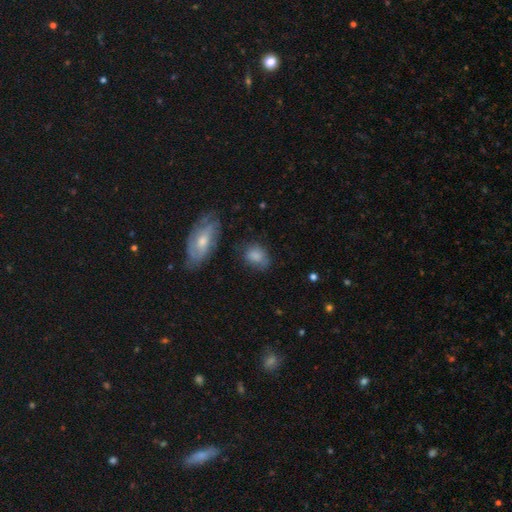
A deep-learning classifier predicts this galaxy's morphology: smooth-or-featured: smooth: 78% | featured or disk: 13% | star or artifact: 9%
  how-rounded: in between: 62% | round: 37% | cigar-shaped: 2%
  merging: none: 60% | minor disturbance: 25% | major disturbance: 10% | merger: 5%